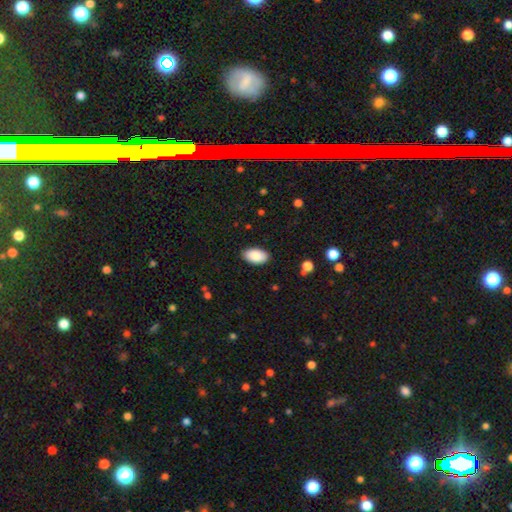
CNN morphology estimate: This appears to be a smooth galaxy with no disk features (88%) that is in between round and cigar-shaped (95%). Merging: none (88%).